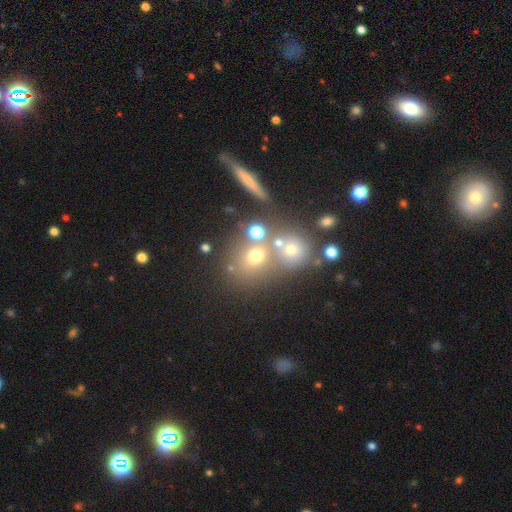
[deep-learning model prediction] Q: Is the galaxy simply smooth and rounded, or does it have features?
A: smooth — 62%.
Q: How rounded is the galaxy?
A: round — 68%.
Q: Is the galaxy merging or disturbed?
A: none — 53%.